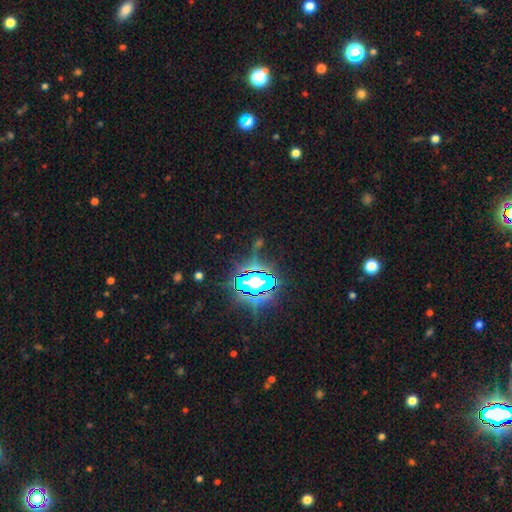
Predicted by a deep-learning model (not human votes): A star or artifact, not a galaxy (76%).